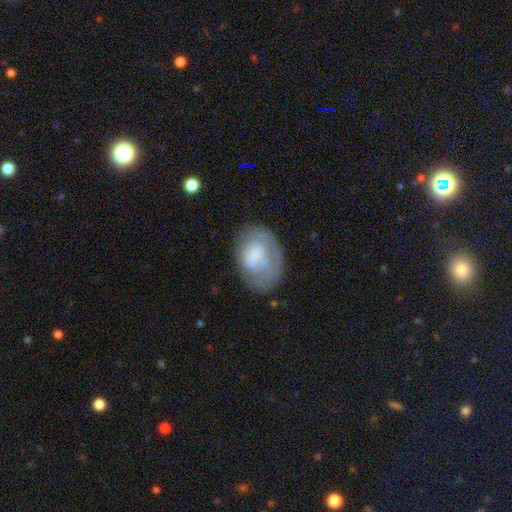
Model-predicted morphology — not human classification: A smooth galaxy with no disk features (53%) that is in between round and cigar-shaped (80%).

Vote fractions:
- Smooth or featured? smooth: 53% / featured or disk: 39% / star or artifact: 8%
- How rounded? in between: 80% / round: 19% / cigar-shaped: 1%
- Merging? none: 52% / minor disturbance: 26% / major disturbance: 18% / merger: 4%